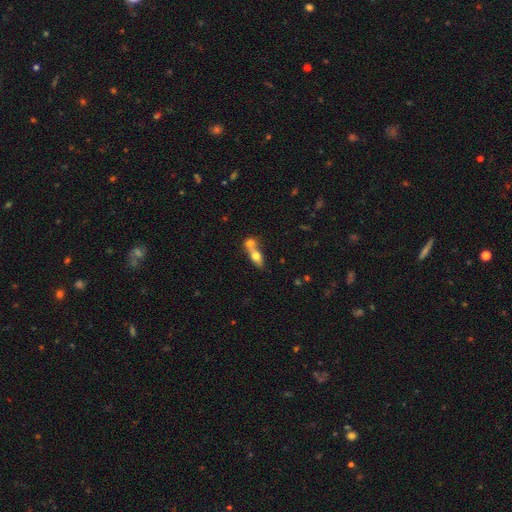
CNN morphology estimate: type=smooth (67%); roundness=in between (67%); merging=merger (64%).